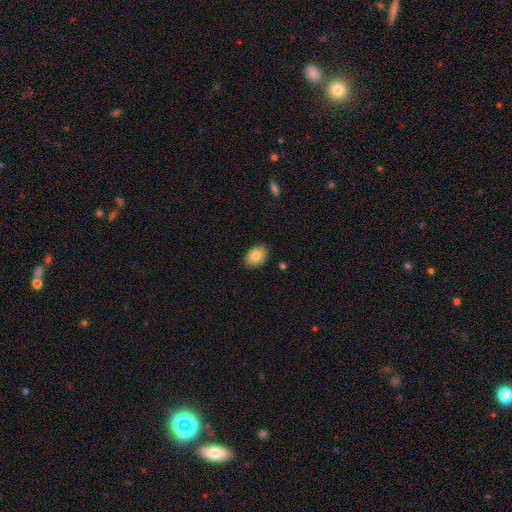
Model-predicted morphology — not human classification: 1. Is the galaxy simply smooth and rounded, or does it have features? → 84% smooth, 8% featured or disk, 8% star or artifact.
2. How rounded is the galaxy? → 80% in between, 19% round, 1% cigar-shaped.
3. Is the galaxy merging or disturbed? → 87% none, 10% minor disturbance, 2% major disturbance, 1% merger.